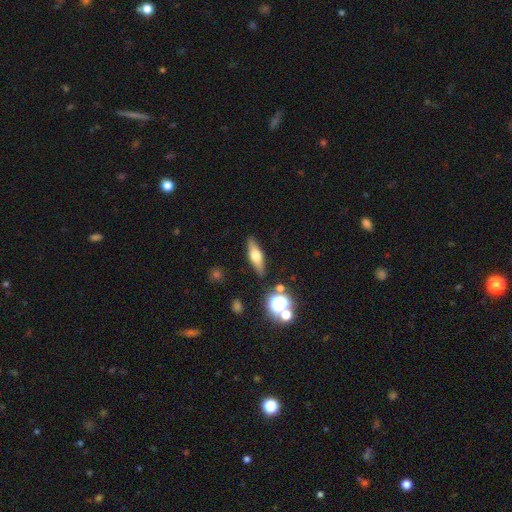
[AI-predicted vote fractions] Q: Smooth or featured?
A: smooth (47%); runner-up: featured or disk (43%)
Q: Merging?
A: none (86%); runner-up: minor disturbance (9%)